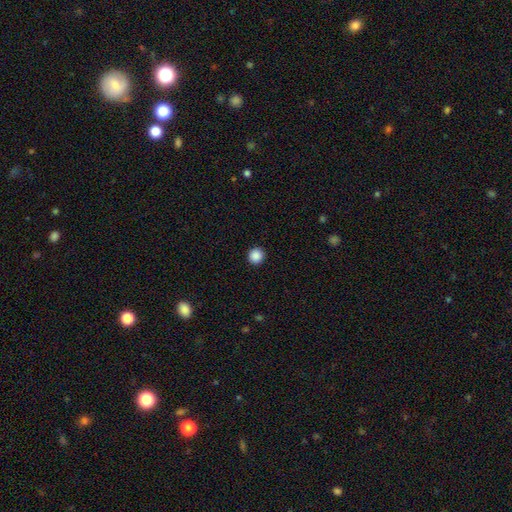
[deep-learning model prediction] This appears to be a smooth galaxy with no disk features (88%) that is round (95%). Merging: none (93%).